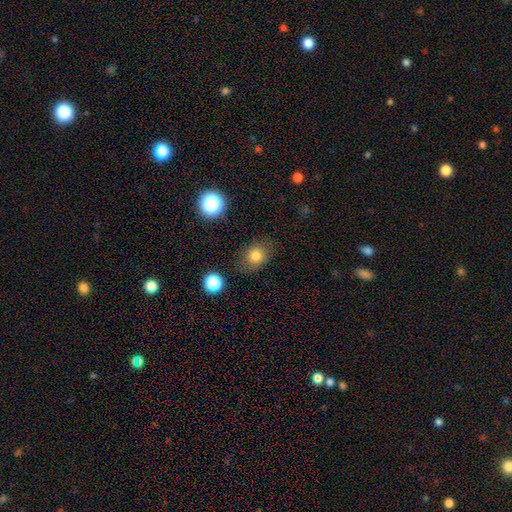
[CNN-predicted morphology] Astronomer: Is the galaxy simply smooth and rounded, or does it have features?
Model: smooth — 80%.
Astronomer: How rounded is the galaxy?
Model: round — 62%.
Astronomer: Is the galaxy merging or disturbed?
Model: none — 79%.